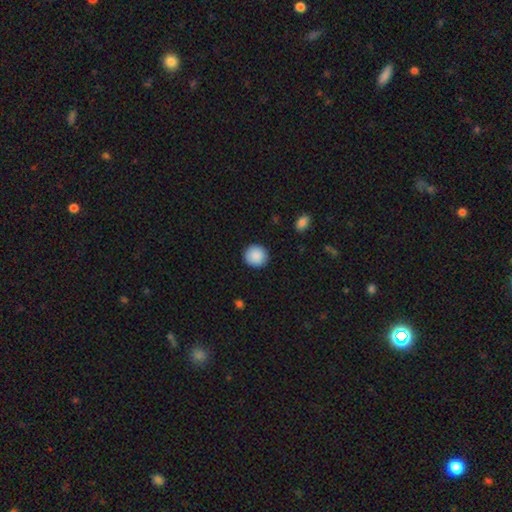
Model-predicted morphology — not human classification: Smooth or featured: smooth — 90% (star or artifact — 7%)
How rounded: round — 93% (in between — 6%)
Merging: none — 91% (minor disturbance — 6%)